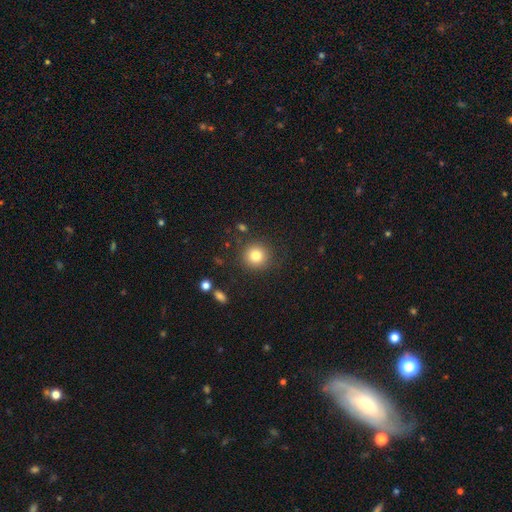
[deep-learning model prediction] A smooth galaxy with no disk features (81%) that is round (92%).

Vote fractions:
- Smooth or featured? smooth: 81% / star or artifact: 11% / featured or disk: 8%
- How rounded? round: 92% / in between: 7% / cigar-shaped: 1%
- Merging? none: 87% / minor disturbance: 7% / major disturbance: 3% / merger: 2%